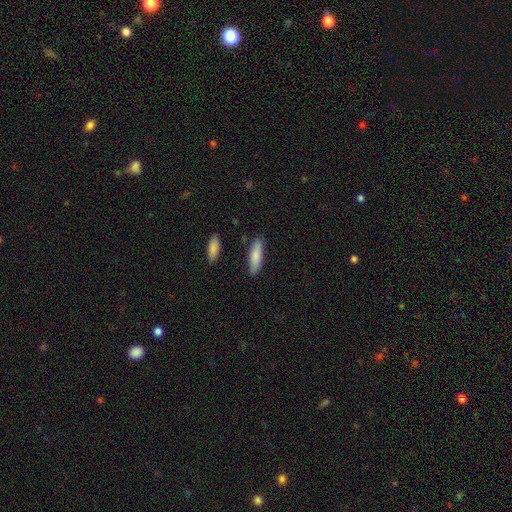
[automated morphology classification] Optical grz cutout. It shows a smooth galaxy with no disk features (84%) that is cigar-shaped (55%). Merging: none (85%).